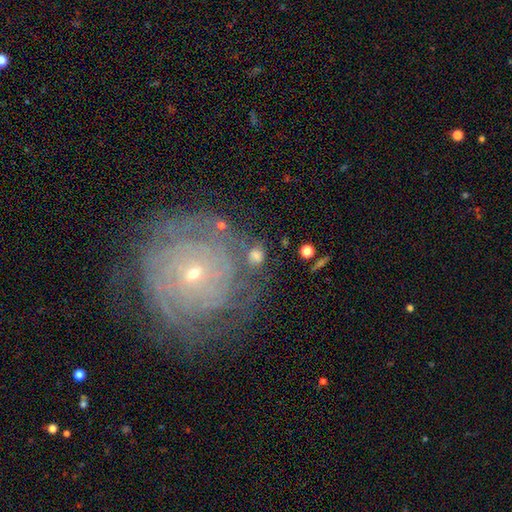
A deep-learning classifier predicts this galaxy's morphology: This is possibly a smooth galaxy (56%). How rounded: possibly round (60%). Merging: likely none (63%).